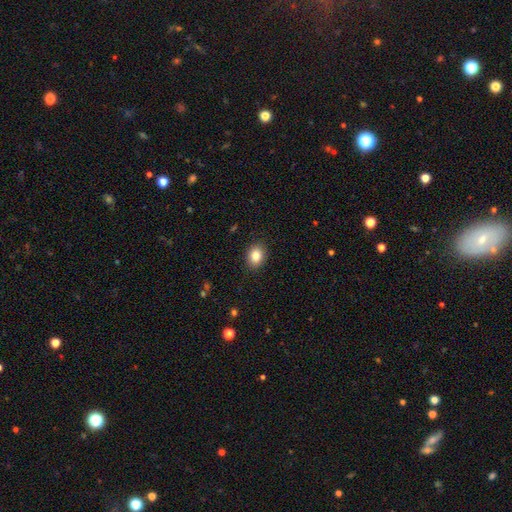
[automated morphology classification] Smooth or featured?
  - smooth: 85% *
  - star or artifact: 9%
  - featured or disk: 6%
How rounded?
  - in between: 56% *
  - round: 43%
  - cigar-shaped: 1%
Merging?
  - none: 89% *
  - minor disturbance: 8%
  - major disturbance: 2%
  - merger: 1%